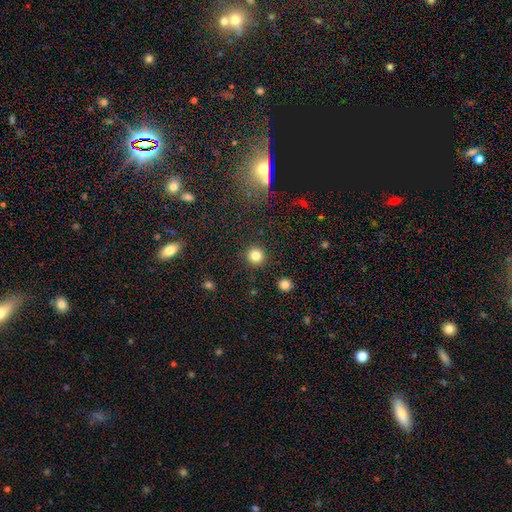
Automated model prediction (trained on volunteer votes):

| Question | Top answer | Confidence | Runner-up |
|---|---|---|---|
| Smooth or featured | smooth | 83% | star or artifact (12%) |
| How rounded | round | 94% | in between (5%) |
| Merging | none | 92% | minor disturbance (5%) |